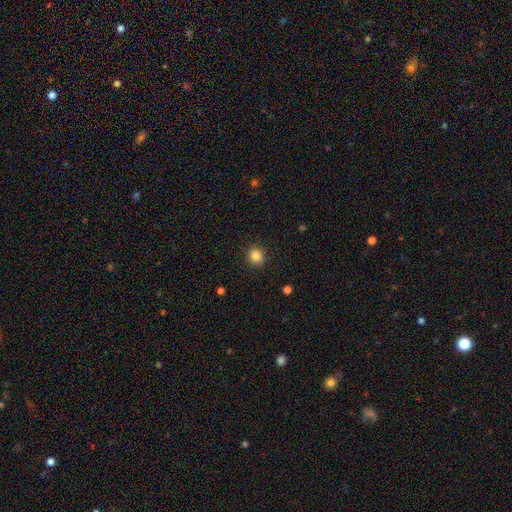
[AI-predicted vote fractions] Q: Smooth or featured?
A: smooth (85%); runner-up: star or artifact (11%)
Q: How rounded?
A: round (88%); runner-up: in between (11%)
Q: Merging?
A: none (90%); runner-up: minor disturbance (6%)